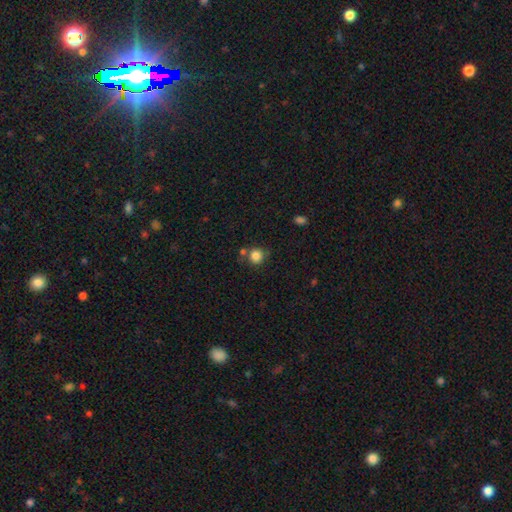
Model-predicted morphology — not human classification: smooth_or_featured: smooth (p=0.84) [alt: star or artifact p=0.11]
how_rounded: round (p=0.90) [alt: in between p=0.09]
merging: none (p=0.69) [alt: merger p=0.14]